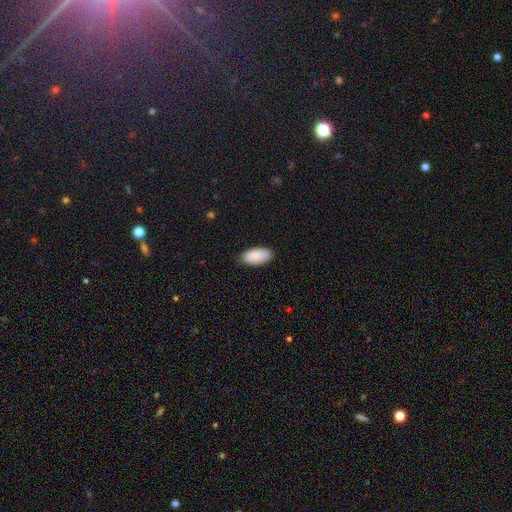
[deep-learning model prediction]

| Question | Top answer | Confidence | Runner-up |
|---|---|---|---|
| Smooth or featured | smooth | 86% | featured or disk (8%) |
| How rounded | in between | 96% | round (2%) |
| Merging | none | 84% | minor disturbance (13%) |